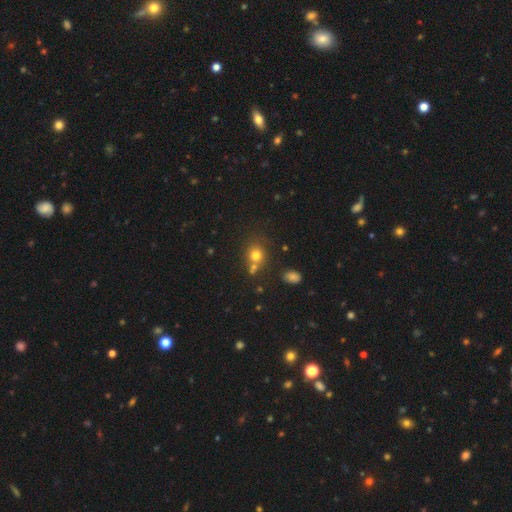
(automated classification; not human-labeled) Smooth or featured? smooth (75%)
How rounded? round (78%)
Merging? none (58%)